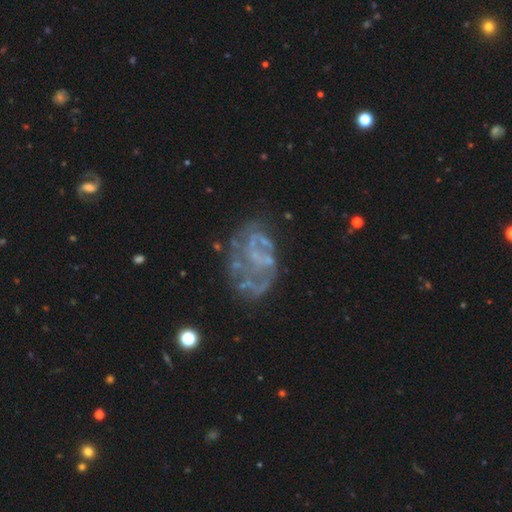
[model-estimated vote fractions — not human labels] Morphology: type=featured or disk (75%); edge-on=no (98%); bar=no (78%); spiral arms=yes (51%); bulge=none (72%); merging=none (53%).